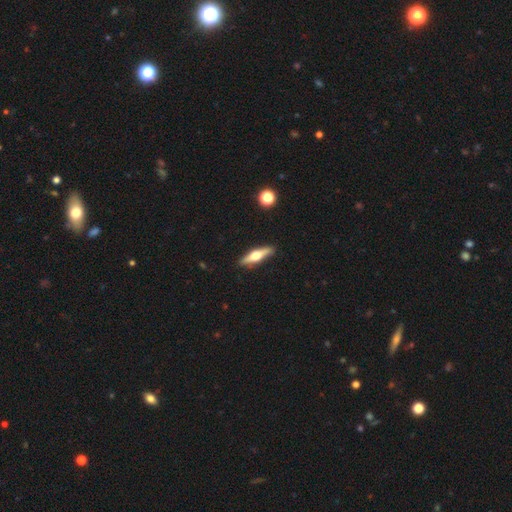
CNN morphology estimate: Smooth or featured?
  - featured or disk: 58% *
  - smooth: 37%
  - star or artifact: 6%
Edge-on disk?
  - yes: 94% *
  - no: 6%
Edge-on bulge?
  - rounded: 94% *
  - boxy: 4%
  - none: 2%
Merging?
  - none: 88% *
  - minor disturbance: 8%
  - major disturbance: 2%
  - merger: 1%